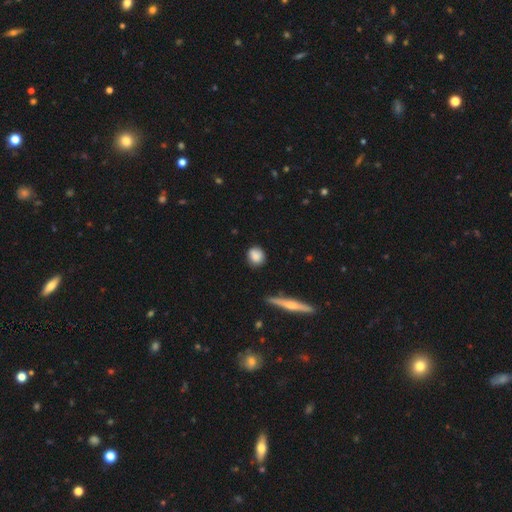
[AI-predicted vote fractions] Smooth or featured? Predicted: smooth (p=0.86). How rounded? Predicted: round (p=0.73). Merging? Predicted: none (p=0.83).